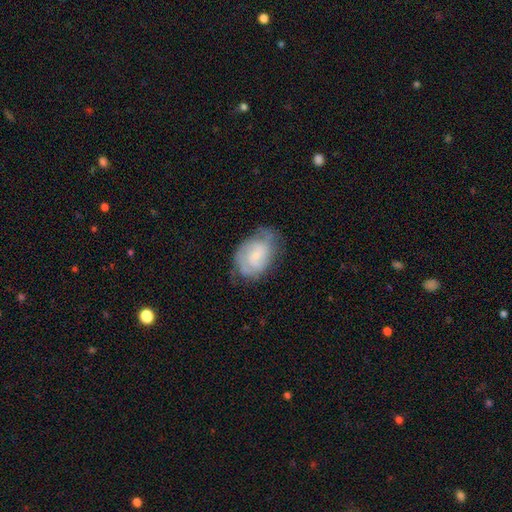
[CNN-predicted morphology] Smooth or featured: featured or disk — 57% (smooth — 35%)
Edge-on disk: no — 97% (yes — 3%)
Bar: no — 52% (weak — 41%)
Spiral arms: yes — 82% (no — 18%)
Bulge size: small — 62% (moderate — 25%)
Merging: none — 56% (minor disturbance — 30%)